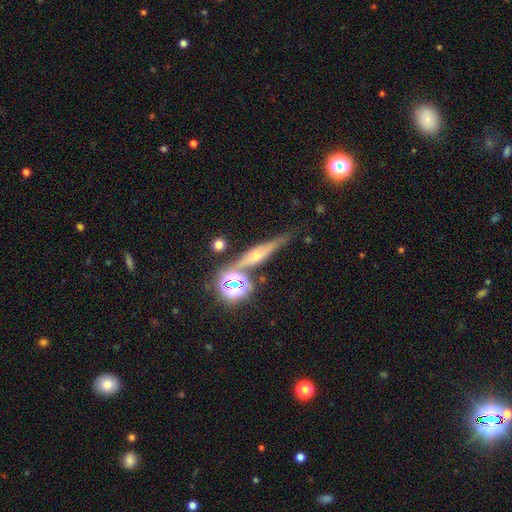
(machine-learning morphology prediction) A featured or disk galaxy (56%) viewed edge-on (89%) with a rounded central bulge (86%). Merging: none (75%).